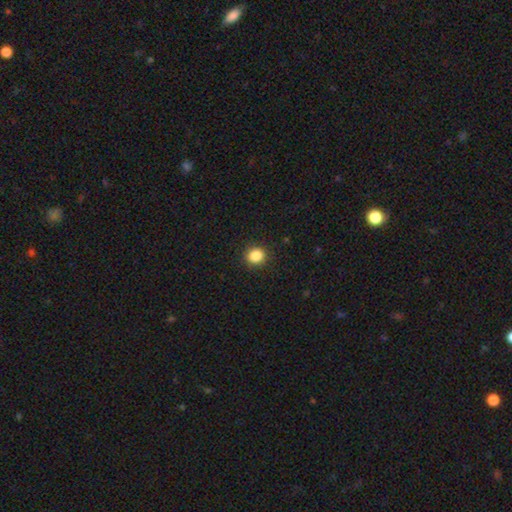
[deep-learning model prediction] The model was most divided on "how rounded": round: 84%, in between: 16%, cigar-shaped: 1%. More confident: merging — none (91%); smooth or featured — smooth (86%).